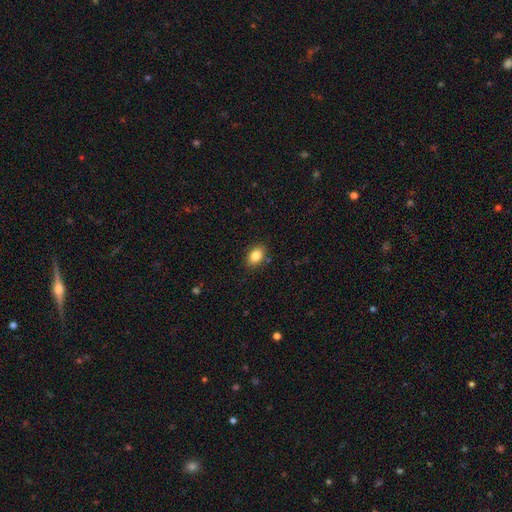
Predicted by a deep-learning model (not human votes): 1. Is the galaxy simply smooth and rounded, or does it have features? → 85% smooth, 9% star or artifact, 7% featured or disk.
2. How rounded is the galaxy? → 83% in between, 16% round, 1% cigar-shaped.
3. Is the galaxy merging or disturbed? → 86% none, 10% minor disturbance, 2% major disturbance, 2% merger.